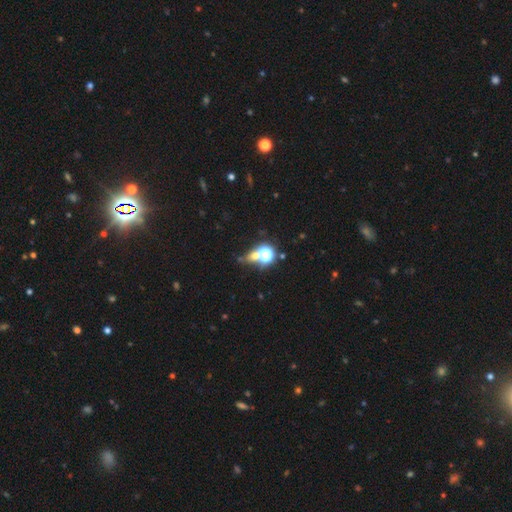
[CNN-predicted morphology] type=star or artifact (47%).